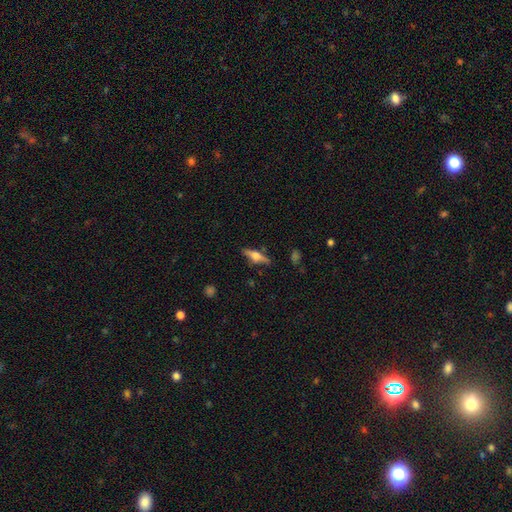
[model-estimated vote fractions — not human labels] A featured or disk galaxy (59%) viewed edge-on (95%) with a rounded central bulge (90%).

Vote fractions:
- Smooth or featured? featured or disk: 59% / smooth: 34% / star or artifact: 7%
- Edge-on disk? yes: 95% / no: 5%
- Edge-on bulge? rounded: 90% / boxy: 8% / none: 3%
- Merging? none: 83% / minor disturbance: 12% / major disturbance: 3% / merger: 2%